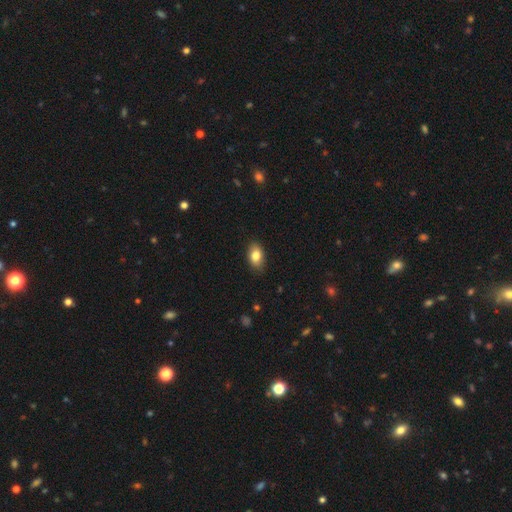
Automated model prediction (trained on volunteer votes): smooth_or_featured: smooth (p=0.83) [alt: featured or disk p=0.09]
how_rounded: in between (p=0.89) [alt: round p=0.09]
merging: none (p=0.85) [alt: minor disturbance p=0.12]